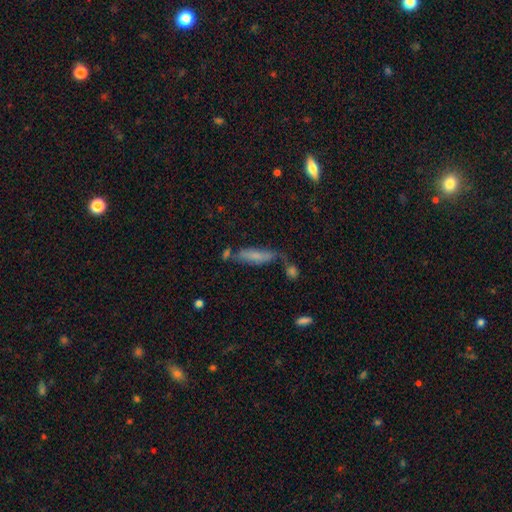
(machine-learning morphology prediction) Smooth or featured? smooth (63%)
How rounded? cigar-shaped (67%)
Merging? none (49%)